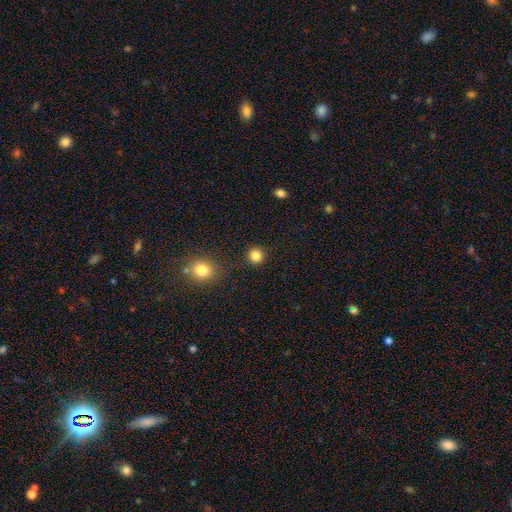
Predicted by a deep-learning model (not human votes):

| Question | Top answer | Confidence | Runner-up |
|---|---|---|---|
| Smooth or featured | smooth | 84% | star or artifact (12%) |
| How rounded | round | 93% | in between (6%) |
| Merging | none | 90% | minor disturbance (6%) |